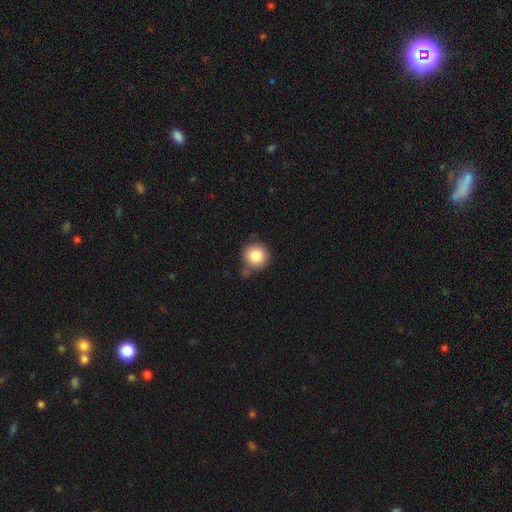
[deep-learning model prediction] smooth_or_featured: smooth (p=0.84) [alt: star or artifact p=0.09]
how_rounded: round (p=0.93) [alt: in between p=0.06]
merging: none (p=0.69) [alt: minor disturbance p=0.16]